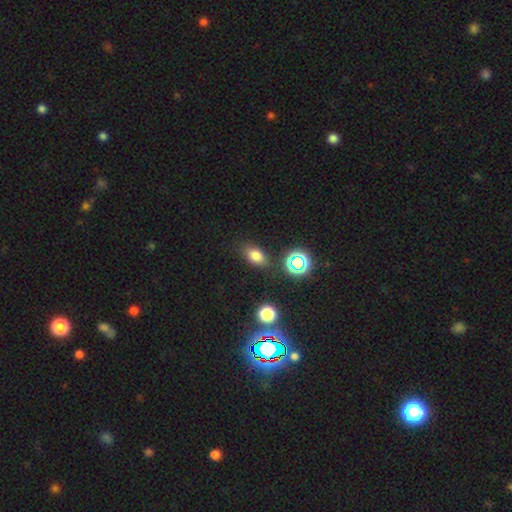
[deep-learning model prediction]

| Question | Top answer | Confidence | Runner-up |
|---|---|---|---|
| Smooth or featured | smooth | 73% | star or artifact (18%) |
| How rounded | in between | 79% | round (18%) |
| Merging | none | 81% | minor disturbance (12%) |